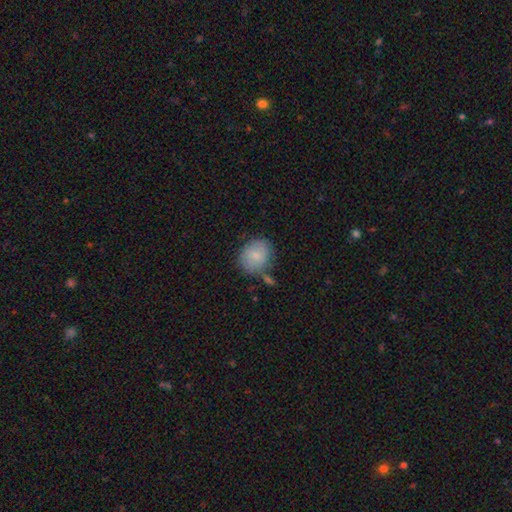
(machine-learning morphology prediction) smooth-or-featured: smooth: 81% | featured or disk: 12% | star or artifact: 7%
  how-rounded: round: 65% | in between: 34% | cigar-shaped: 1%
  merging: none: 68% | minor disturbance: 17% | merger: 10% | major disturbance: 5%